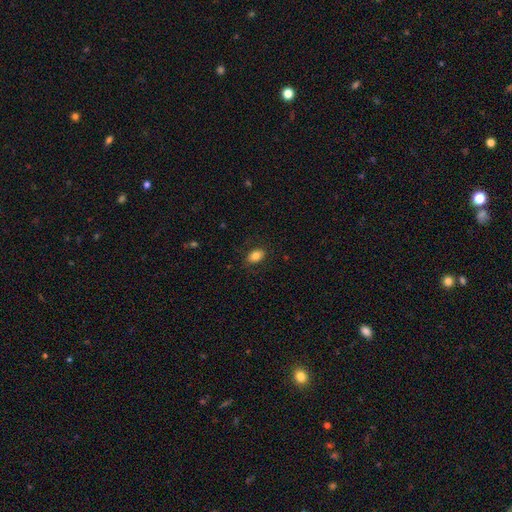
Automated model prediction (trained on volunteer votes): Smooth or featured? Predicted: smooth (p=0.82). How rounded? Predicted: in between (p=0.84). Merging? Predicted: none (p=0.83).